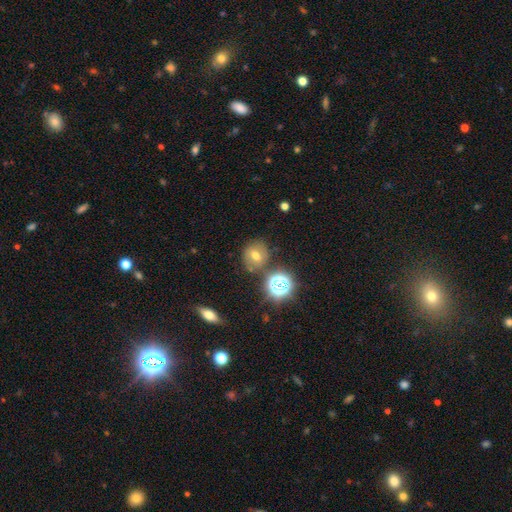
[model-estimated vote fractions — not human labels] smooth 58%, star or artifact 23%, featured or disk 19%. Down the decision tree: how rounded — round (81%); merging — none (74%).